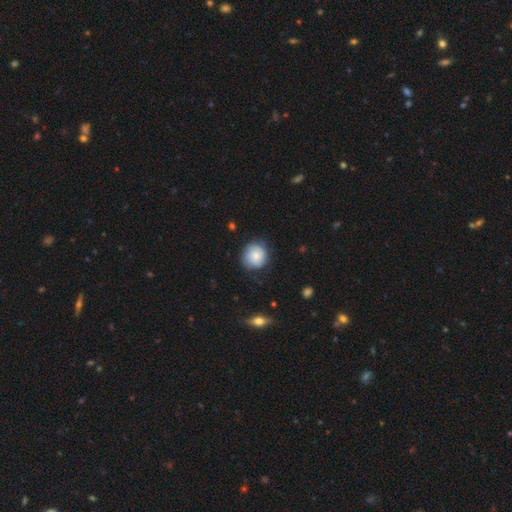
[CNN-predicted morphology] smooth-or-featured: smooth: 72% | featured or disk: 21% | star or artifact: 7%
  how-rounded: round: 88% | in between: 11% | cigar-shaped: 1%
  merging: none: 76% | minor disturbance: 18% | major disturbance: 4% | merger: 1%